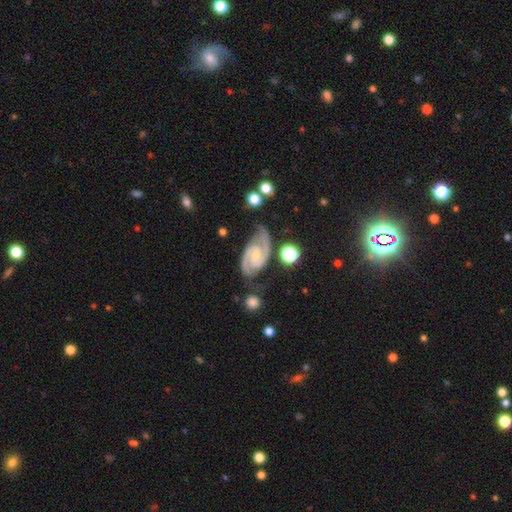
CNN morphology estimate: featured or disk 92%, star or artifact 4%, smooth 3%. Down the decision tree: edge-on disk — no (98%); bar — no (44%); spiral arms — yes (99%); spiral arm count — 2 (93%); spiral winding — medium (47%); bulge size — small (61%); merging — none (71%).